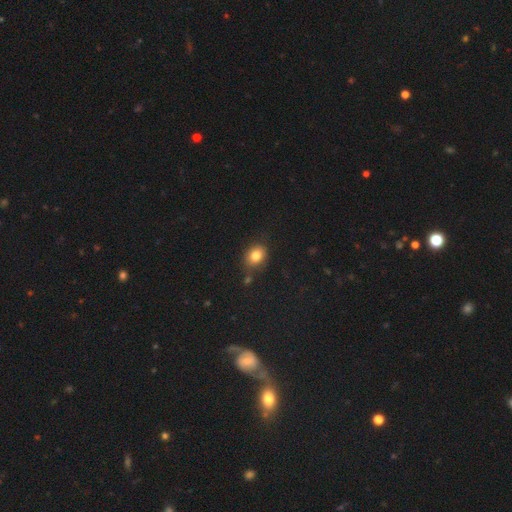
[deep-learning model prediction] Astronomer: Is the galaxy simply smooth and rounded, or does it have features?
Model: smooth — 82%.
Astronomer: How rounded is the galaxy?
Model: in between — 51% (runner-up: round, 48%).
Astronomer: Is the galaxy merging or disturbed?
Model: none — 75%.